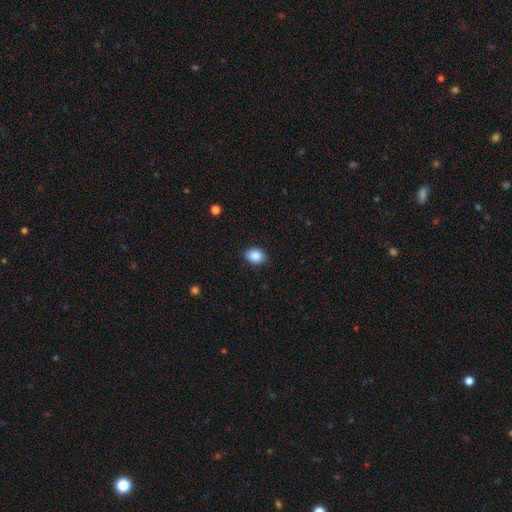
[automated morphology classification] A smooth galaxy with no disk features (88%) that is in between round and cigar-shaped (67%). Merging: none (89%).